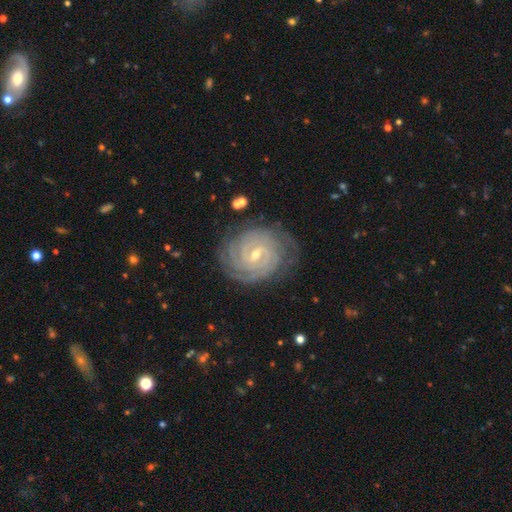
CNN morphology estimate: A featured or disk galaxy (83%) with a weak bar (48%), tight (82%) spiral arms (98%) and a small central bulge (65%). Merging: none (82%).